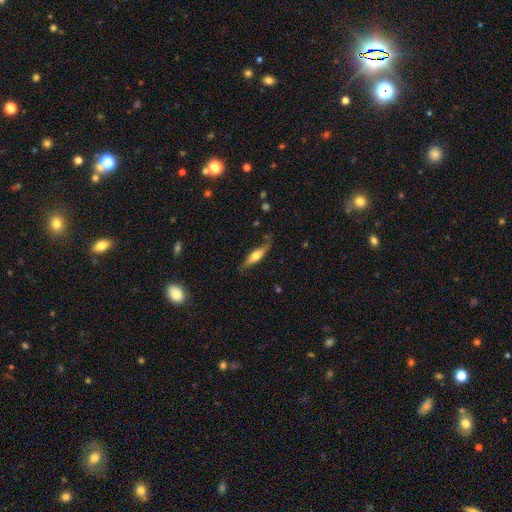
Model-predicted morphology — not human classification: Overall: smooth (47%, tied with featured or disk). Merging: none (72%).